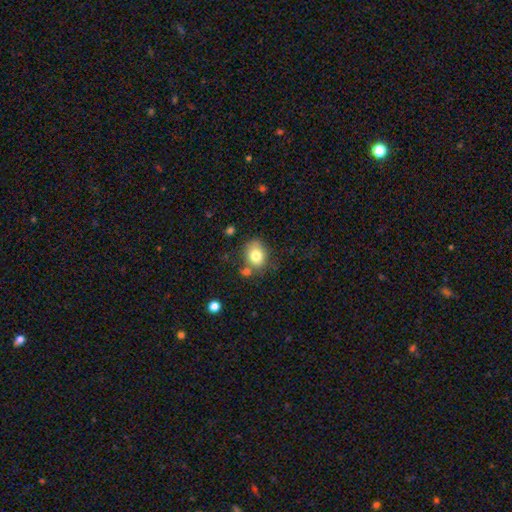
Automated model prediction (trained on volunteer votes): Overall: smooth (79%). How rounded: in between (50%; round 49%). Merging: none (66%).